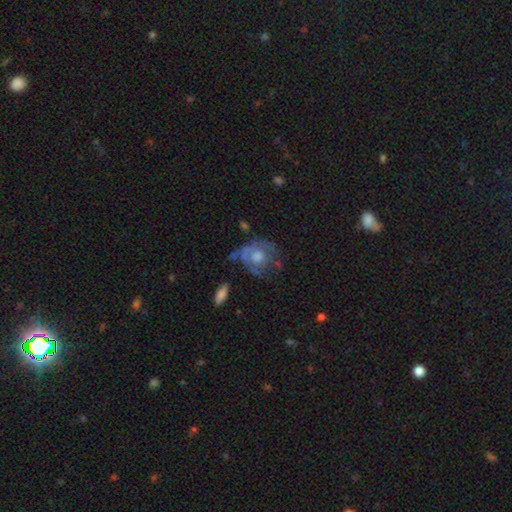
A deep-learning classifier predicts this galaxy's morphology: Smooth or featured: featured or disk — 59% (smooth — 34%)
Edge-on disk: no — 96% (yes — 4%)
Bar: no — 85% (weak — 12%)
Spiral arms: yes — 52% (no — 48%)
Bulge size: moderate — 47% (large — 29%)
Merging: none — 46% (minor disturbance — 25%)